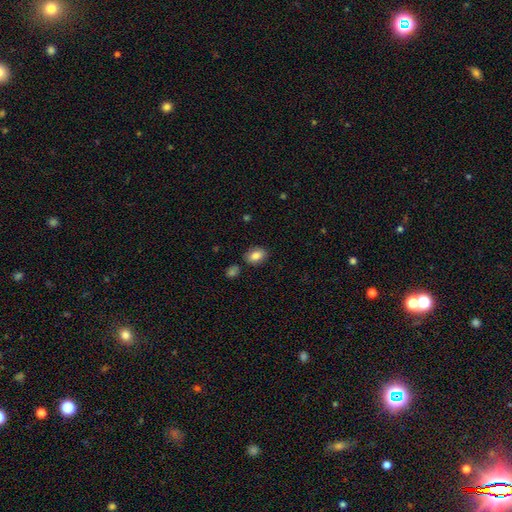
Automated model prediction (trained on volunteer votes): A smooth galaxy with no disk features (84%) that is in between round and cigar-shaped (83%). Merging: none (80%).